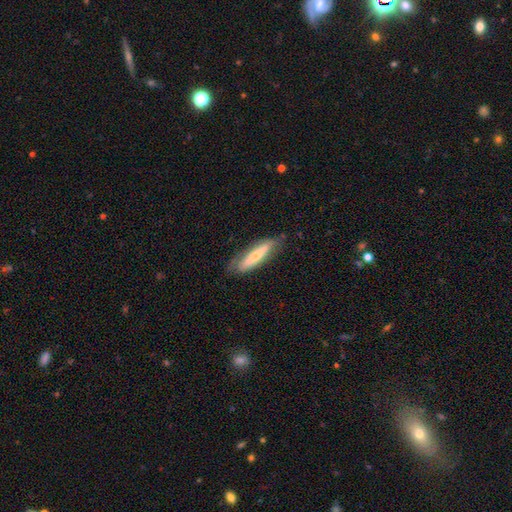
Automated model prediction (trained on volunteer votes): smooth-or-featured: smooth: 55% | featured or disk: 39% | star or artifact: 6%
  how-rounded: cigar-shaped: 74% | in between: 24% | round: 2%
  merging: none: 71% | minor disturbance: 21% | major disturbance: 6% | merger: 2%